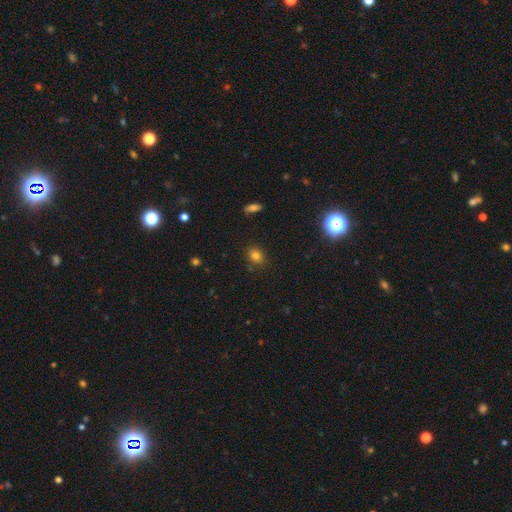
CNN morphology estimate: Smooth or featured? Predicted: smooth (p=0.78). How rounded? Predicted: round (p=0.52). Merging? Predicted: none (p=0.82).